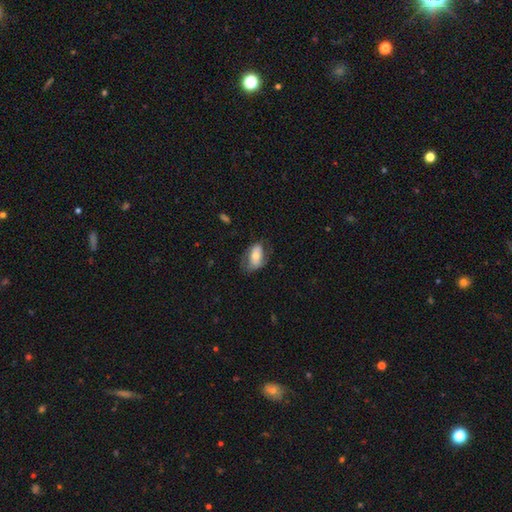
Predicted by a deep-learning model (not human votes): Morphology: type=smooth (58%); roundness=in between (90%); merging=none (56%).